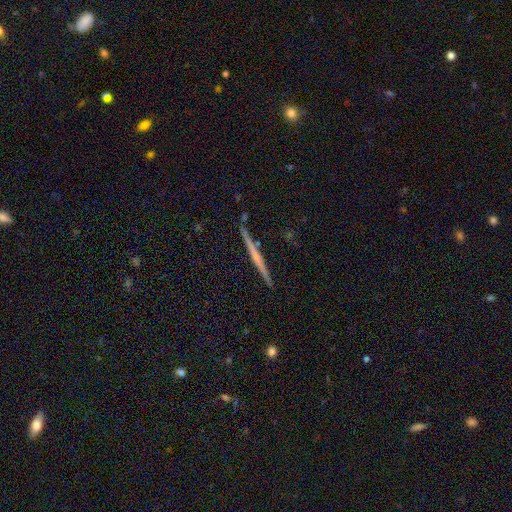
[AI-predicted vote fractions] Smooth or featured?
  - featured or disk: 67% *
  - smooth: 28%
  - star or artifact: 6%
Edge-on disk?
  - yes: 98% *
  - no: 2%
Edge-on bulge?
  - none: 67% *
  - rounded: 25%
  - boxy: 7%
Merging?
  - none: 91% *
  - minor disturbance: 7%
  - merger: 1%
  - major disturbance: 1%